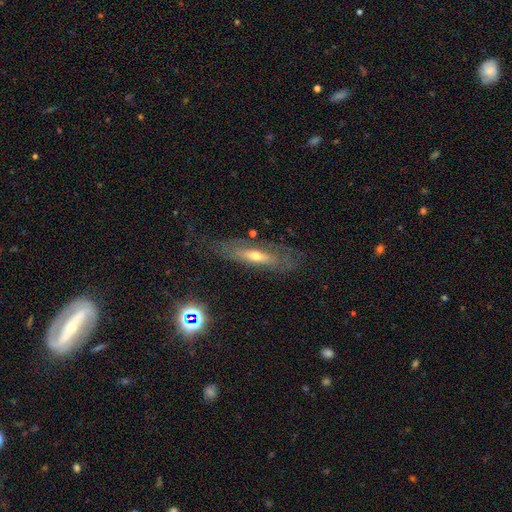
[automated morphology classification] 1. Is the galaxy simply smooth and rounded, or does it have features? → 57% featured or disk, 34% smooth, 9% star or artifact.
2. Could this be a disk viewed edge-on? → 56% yes, 44% no.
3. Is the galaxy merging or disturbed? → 66% none, 20% minor disturbance, 12% major disturbance, 2% merger.